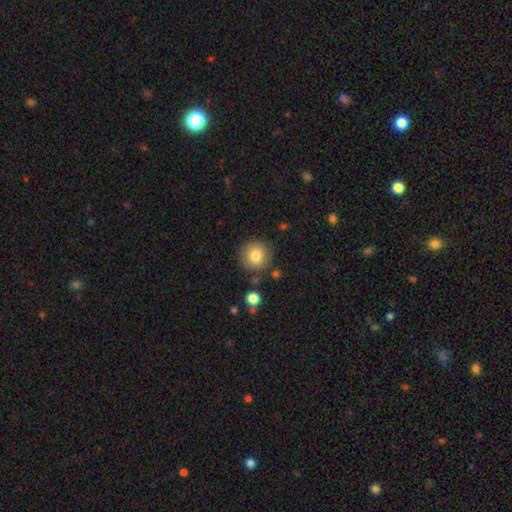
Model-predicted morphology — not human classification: smooth 81%, star or artifact 10%, featured or disk 9%. Down the decision tree: how rounded — round (94%); merging — none (86%).